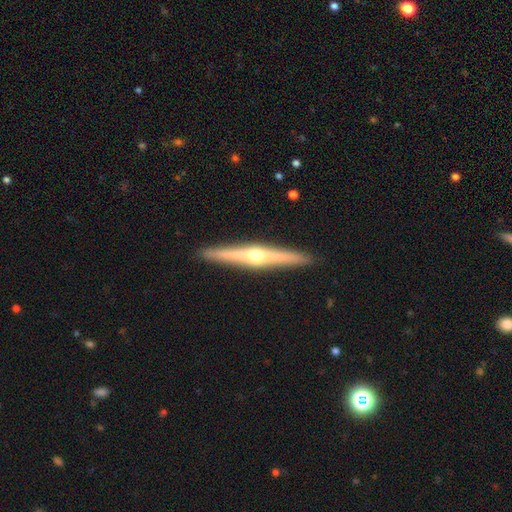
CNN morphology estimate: Overall: featured or disk (75%). Edge-on disk: yes (98%). Edge-on bulge: rounded (94%). Merging: none (92%).